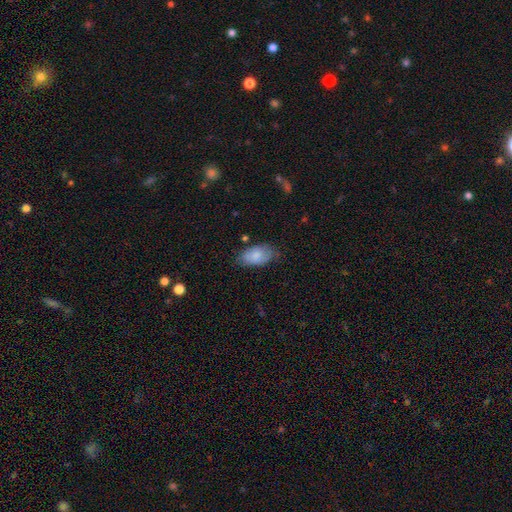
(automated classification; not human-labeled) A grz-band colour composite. It shows a smooth galaxy with no disk features (78%) that is in between round and cigar-shaped (94%). Merging: none (67%).